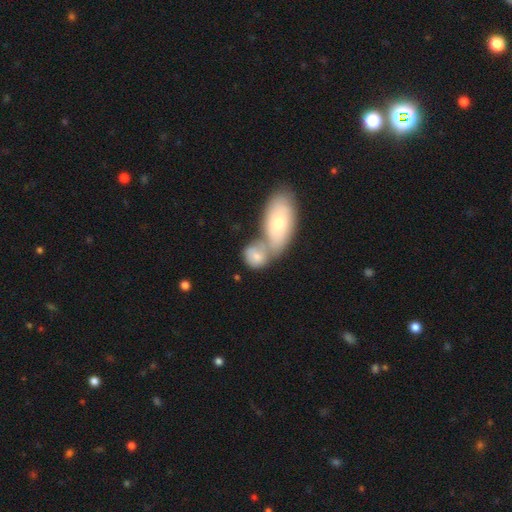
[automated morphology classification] smooth 73%, featured or disk 20%, star or artifact 7%. Down the decision tree: how rounded — in between (57%); merging — merger (59%).